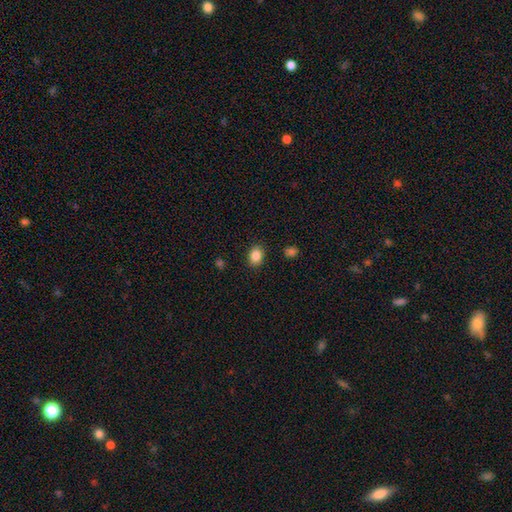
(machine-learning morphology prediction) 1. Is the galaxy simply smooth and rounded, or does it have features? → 86% smooth, 10% star or artifact, 5% featured or disk.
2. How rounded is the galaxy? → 59% in between, 40% round, 1% cigar-shaped.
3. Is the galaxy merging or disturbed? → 87% none, 9% minor disturbance, 2% major disturbance, 2% merger.